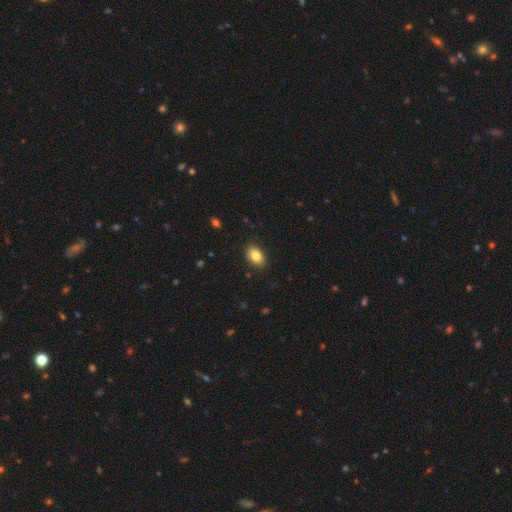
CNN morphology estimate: smooth_or_featured: smooth (p=0.85) [alt: star or artifact p=0.08]
how_rounded: in between (p=0.85) [alt: round p=0.13]
merging: none (p=0.86) [alt: minor disturbance p=0.10]